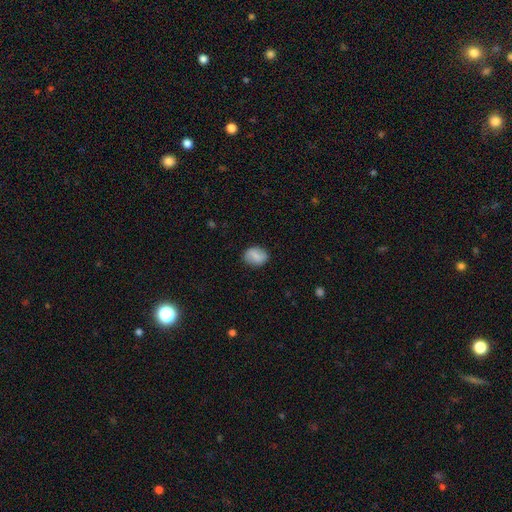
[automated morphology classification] smooth_or_featured: smooth (p=0.73) [alt: featured or disk p=0.19]
how_rounded: in between (p=0.58) [alt: round p=0.40]
merging: none (p=0.85) [alt: minor disturbance p=0.11]